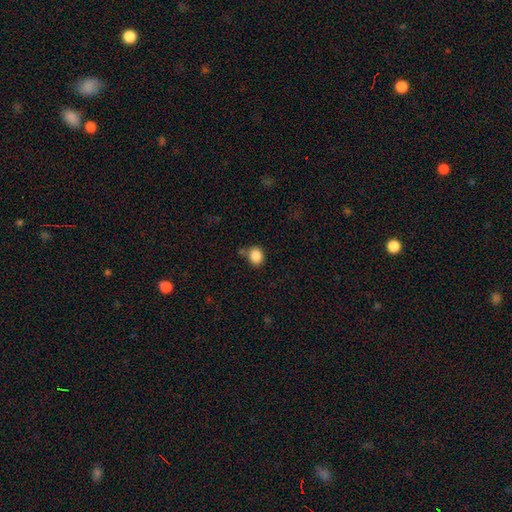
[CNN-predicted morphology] type=smooth (87%); roundness=round (62%); merging=none (73%).